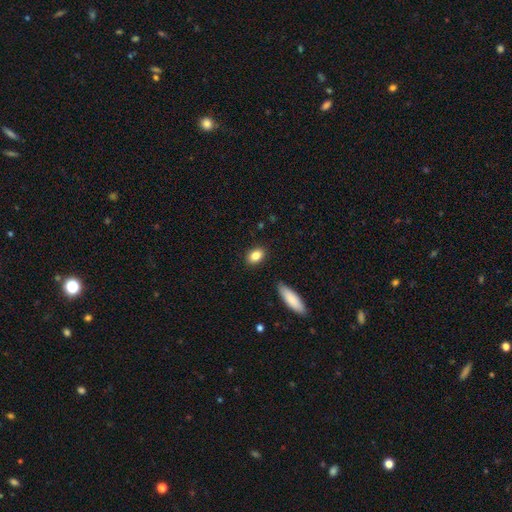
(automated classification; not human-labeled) Smooth or featured?
  - smooth: 83% *
  - featured or disk: 9%
  - star or artifact: 8%
How rounded?
  - in between: 82% *
  - round: 15%
  - cigar-shaped: 3%
Merging?
  - none: 87% *
  - minor disturbance: 9%
  - major disturbance: 2%
  - merger: 2%